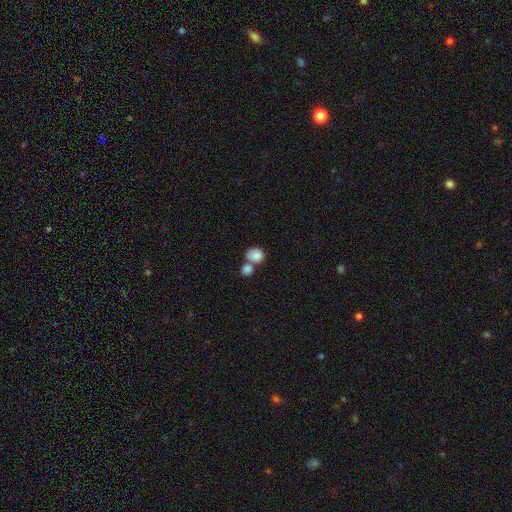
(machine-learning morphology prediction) smooth-or-featured: smooth: 84% | featured or disk: 8% | star or artifact: 8%
  how-rounded: round: 63% | in between: 36% | cigar-shaped: 1%
  merging: merger: 52% | none: 36% | minor disturbance: 9% | major disturbance: 4%